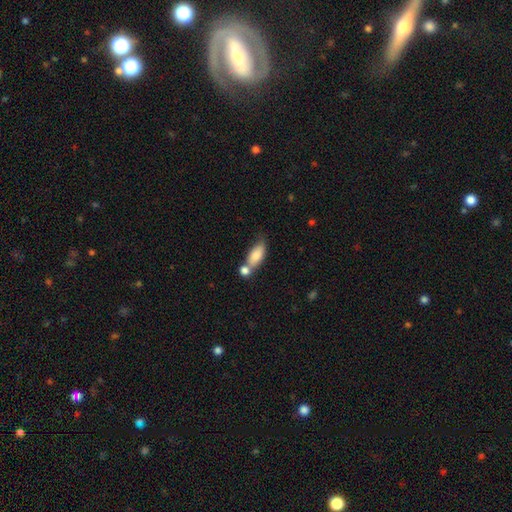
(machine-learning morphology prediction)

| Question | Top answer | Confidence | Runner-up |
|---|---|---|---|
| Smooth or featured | smooth | 79% | featured or disk (14%) |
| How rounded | in between | 82% | cigar-shaped (13%) |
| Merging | merger | 43% | none (38%) |